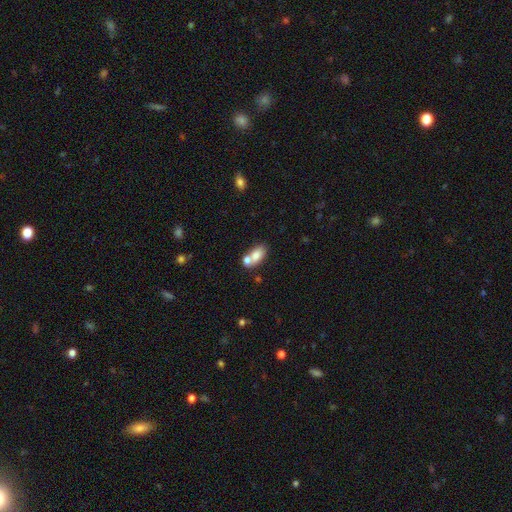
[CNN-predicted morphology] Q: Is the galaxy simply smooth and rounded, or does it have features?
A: smooth — 76%.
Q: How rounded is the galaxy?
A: in between — 87%.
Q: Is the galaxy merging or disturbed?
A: merger — 44%.